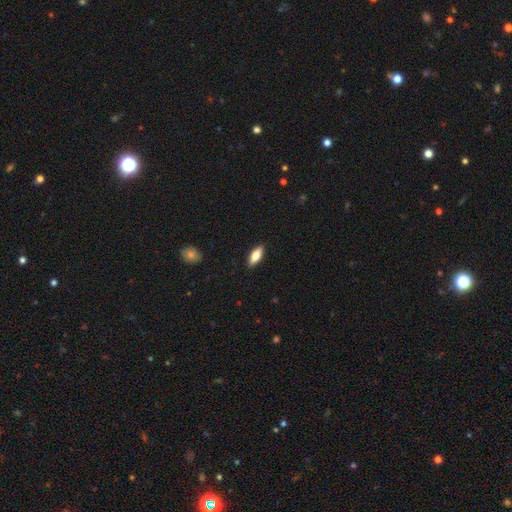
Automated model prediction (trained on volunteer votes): Smooth or featured: smooth — 75% (featured or disk — 19%)
How rounded: in between — 70% (cigar-shaped — 27%)
Merging: none — 89% (minor disturbance — 8%)